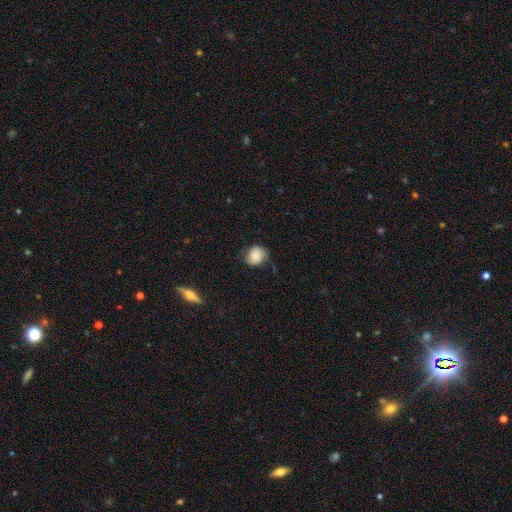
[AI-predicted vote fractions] Smooth or featured? smooth (76%)
How rounded? round (64%)
Merging? none (65%)